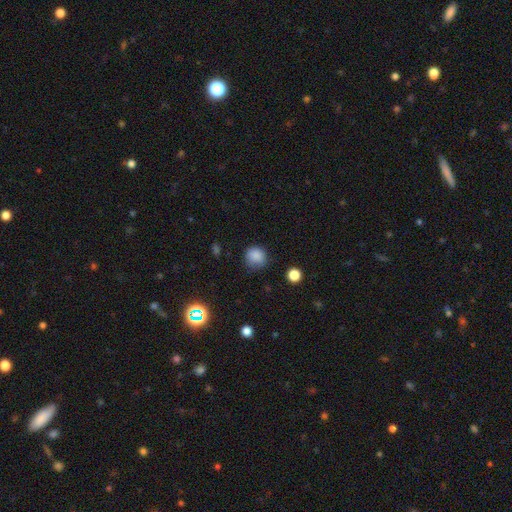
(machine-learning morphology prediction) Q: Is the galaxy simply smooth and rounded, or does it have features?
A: smooth — 85%.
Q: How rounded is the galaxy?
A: round — 88%.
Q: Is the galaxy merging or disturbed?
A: none — 76%.